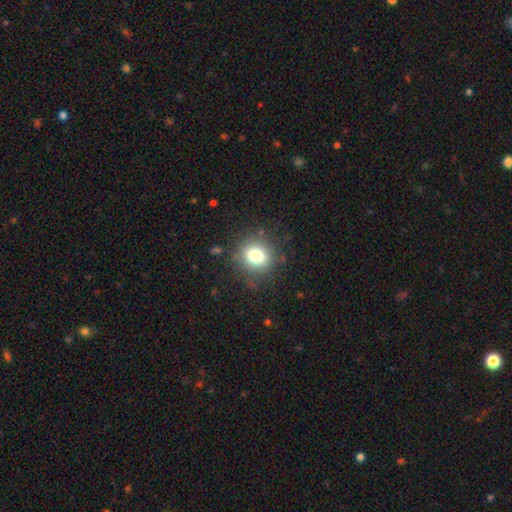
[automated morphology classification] Smooth or featured?
  - smooth: 79% *
  - star or artifact: 12%
  - featured or disk: 9%
How rounded?
  - round: 79% *
  - in between: 20%
  - cigar-shaped: 1%
Merging?
  - none: 83% *
  - minor disturbance: 11%
  - major disturbance: 4%
  - merger: 2%